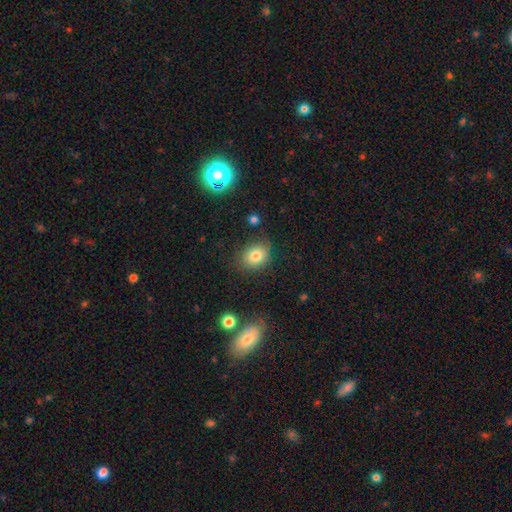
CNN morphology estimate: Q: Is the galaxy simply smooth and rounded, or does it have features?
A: smooth — 79%.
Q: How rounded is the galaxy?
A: round — 50%.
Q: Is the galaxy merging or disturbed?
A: none — 76%.